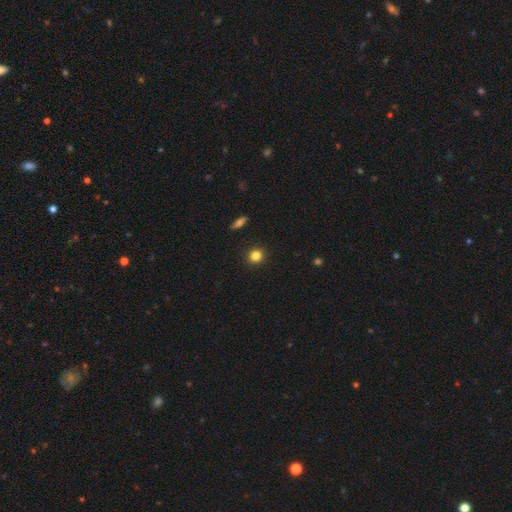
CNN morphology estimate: Smooth or featured?
  - smooth: 83% *
  - star or artifact: 12%
  - featured or disk: 5%
How rounded?
  - round: 90% *
  - in between: 9%
  - cigar-shaped: 1%
Merging?
  - none: 92% *
  - minor disturbance: 5%
  - major disturbance: 2%
  - merger: 1%